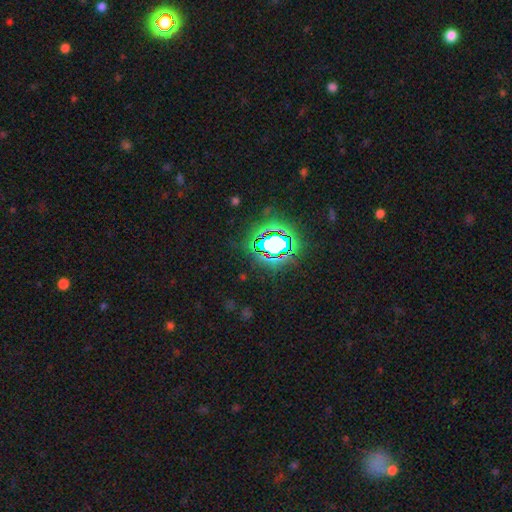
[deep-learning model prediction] Smooth or featured?
  - star or artifact: 82% *
  - smooth: 11%
  - featured or disk: 7%